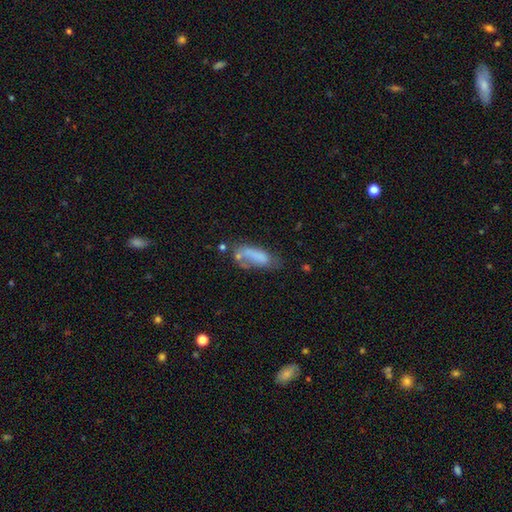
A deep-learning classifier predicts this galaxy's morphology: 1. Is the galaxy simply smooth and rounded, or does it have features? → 66% smooth, 25% featured or disk, 10% star or artifact.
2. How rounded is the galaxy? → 69% in between, 28% cigar-shaped, 3% round.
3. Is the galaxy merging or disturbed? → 34% none, 27% minor disturbance, 24% major disturbance, 15% merger.